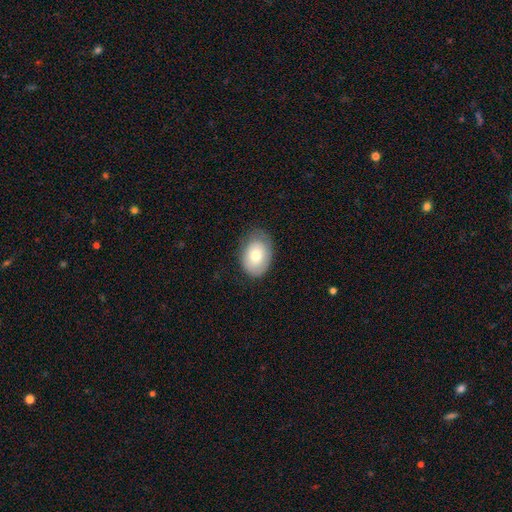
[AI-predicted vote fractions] smooth 72%, featured or disk 21%, star or artifact 7%. Down the decision tree: how rounded — in between (79%); merging — none (70%).